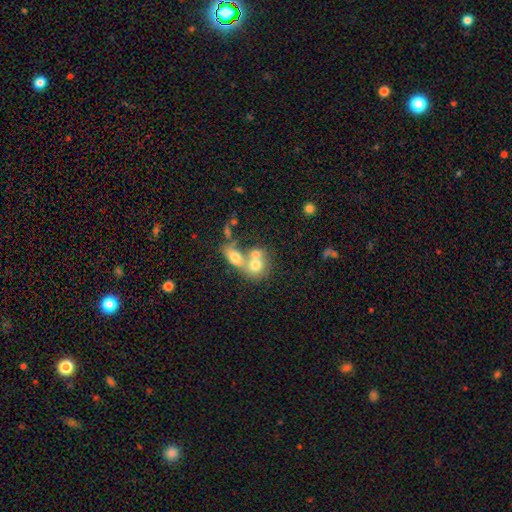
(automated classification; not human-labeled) Smooth or featured?
  - smooth: 64% *
  - featured or disk: 25%
  - star or artifact: 11%
How rounded?
  - round: 56% *
  - in between: 41%
  - cigar-shaped: 3%
Merging?
  - merger: 66% *
  - none: 23%
  - minor disturbance: 7%
  - major disturbance: 5%